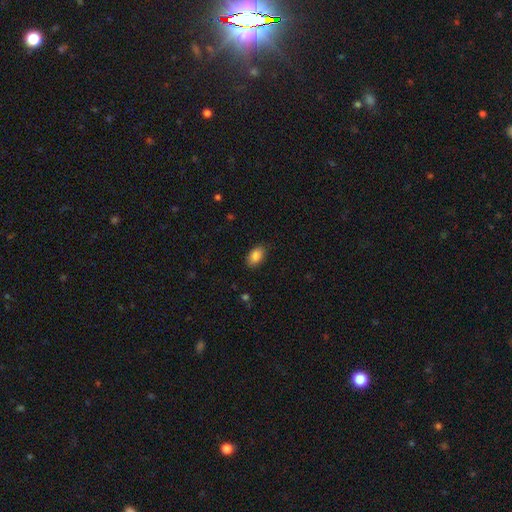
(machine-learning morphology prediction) Q: Smooth or featured?
A: smooth (88%); runner-up: star or artifact (7%)
Q: How rounded?
A: in between (90%); runner-up: round (8%)
Q: Merging?
A: none (85%); runner-up: minor disturbance (11%)